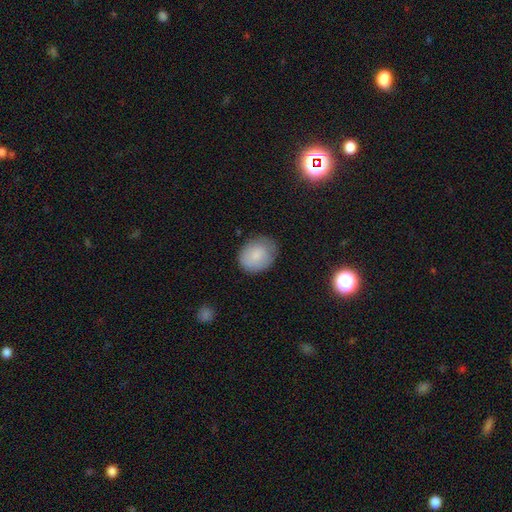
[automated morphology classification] A smooth galaxy with no disk features (82%) that is in between round and cigar-shaped (51%). Merging: none (72%).